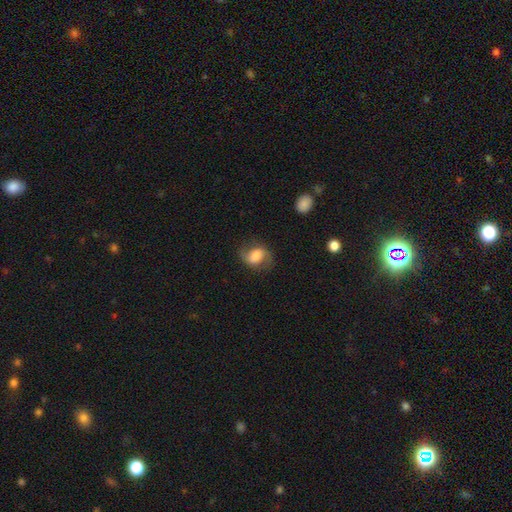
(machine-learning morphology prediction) A smooth galaxy with no disk features (51%) that is in between round and cigar-shaped (63%). Merging: none (67%).